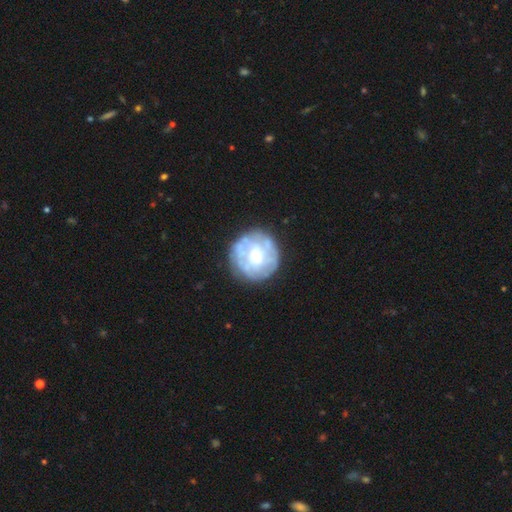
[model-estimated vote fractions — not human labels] A featured or disk galaxy (58%) with no bar (68%), no spiral arms (63%) and a moderate central bulge (52%).

Vote fractions:
- Smooth or featured? featured or disk: 58% / smooth: 35% / star or artifact: 7%
- Edge-on disk? no: 97% / yes: 3%
- Bar? no: 68% / weak: 25% / strong: 6%
- Spiral arms? no: 63% / yes: 37%
- Bulge size? moderate: 52% / small: 35% / large: 7% / none: 4% / dominant: 1%
- Merging? none: 74% / minor disturbance: 16% / major disturbance: 8% / merger: 3%